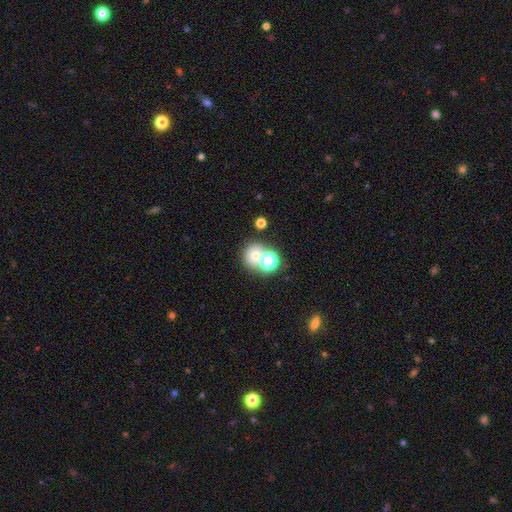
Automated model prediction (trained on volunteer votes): smooth 61%, star or artifact 22%, featured or disk 17%. Down the decision tree: how rounded — round (79%); merging — none (48%).